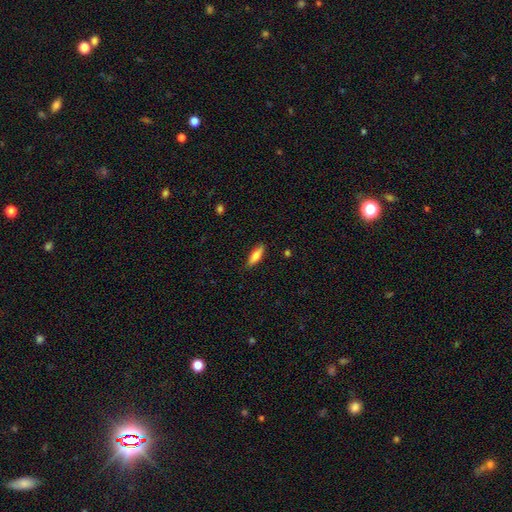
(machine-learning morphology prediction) The model was most divided on "how rounded": in between: 53%, cigar-shaped: 45%, round: 2%. More confident: merging — none (87%); smooth or featured — smooth (76%).